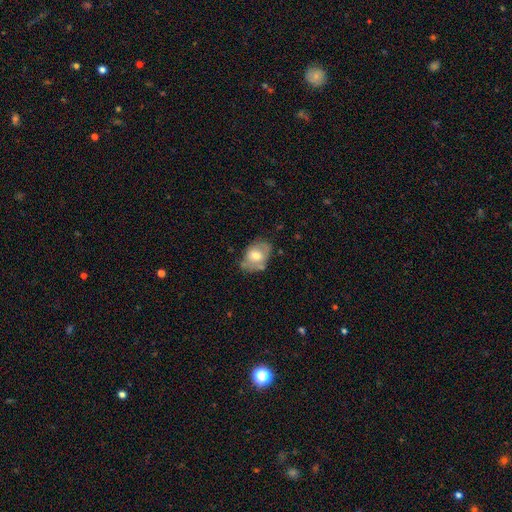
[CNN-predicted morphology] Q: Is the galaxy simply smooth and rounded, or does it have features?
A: smooth — 57%.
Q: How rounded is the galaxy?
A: in between — 75%.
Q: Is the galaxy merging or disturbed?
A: none — 55%.